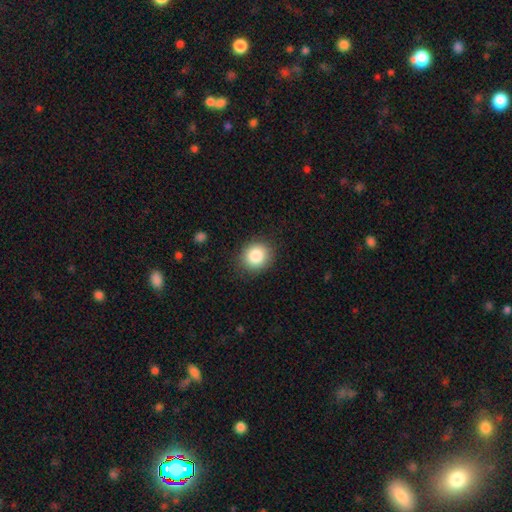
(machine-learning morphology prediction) Smooth or featured? Predicted: smooth (p=0.86). How rounded? Predicted: round (p=0.78). Merging? Predicted: none (p=0.87).